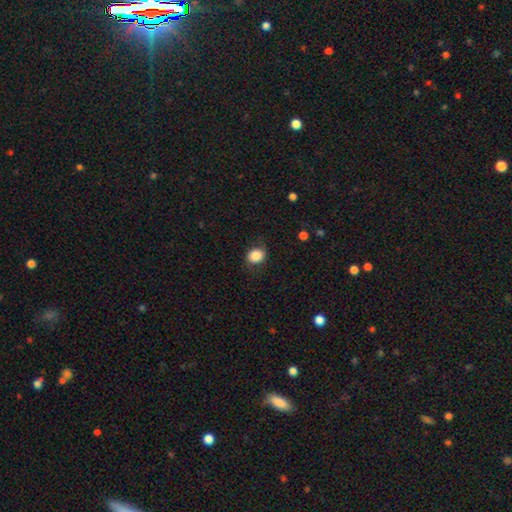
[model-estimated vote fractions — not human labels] smooth-or-featured: smooth: 85% | star or artifact: 9% | featured or disk: 6%
  how-rounded: round: 55% | in between: 44% | cigar-shaped: 1%
  merging: none: 77% | minor disturbance: 17% | major disturbance: 5% | merger: 1%